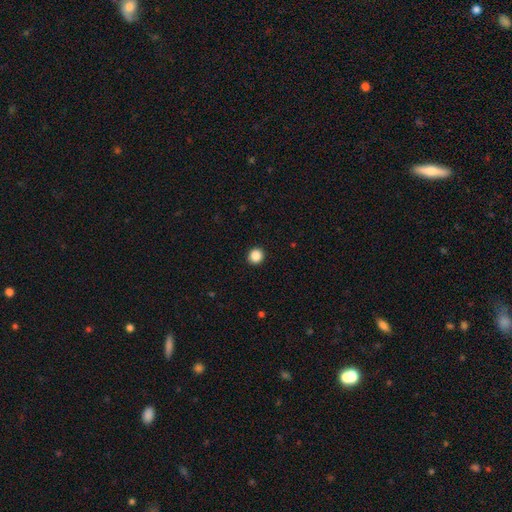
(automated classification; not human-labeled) Morphology: type=smooth (87%); roundness=round (92%); merging=none (93%).